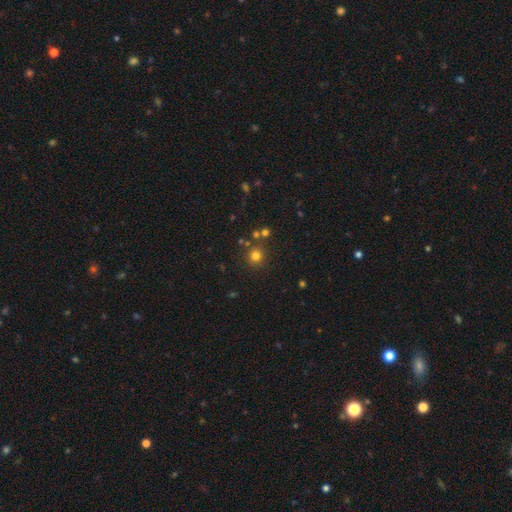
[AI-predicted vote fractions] This is likely a smooth galaxy (75%). How rounded: clearly round (92%). Merging: clearly none (82%).